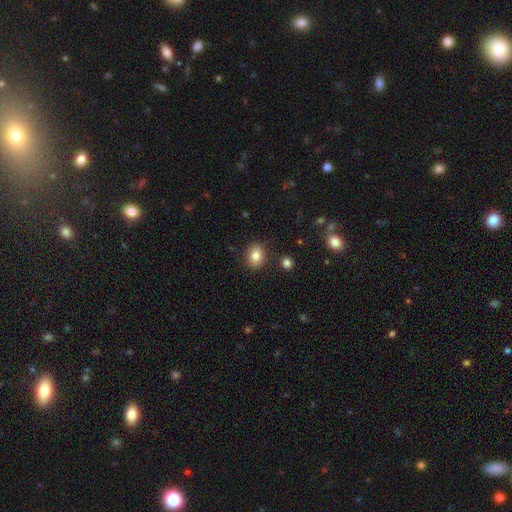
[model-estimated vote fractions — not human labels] smooth 83%, star or artifact 10%, featured or disk 7%. Down the decision tree: how rounded — round (50%); merging — none (86%).